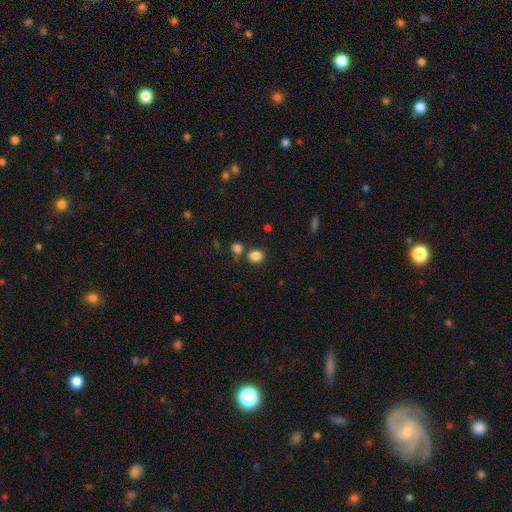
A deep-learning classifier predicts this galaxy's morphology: smooth_or_featured: smooth (p=0.85) [alt: star or artifact p=0.11]
how_rounded: round (p=0.66) [alt: in between p=0.33]
merging: none (p=0.71) [alt: merger p=0.15]